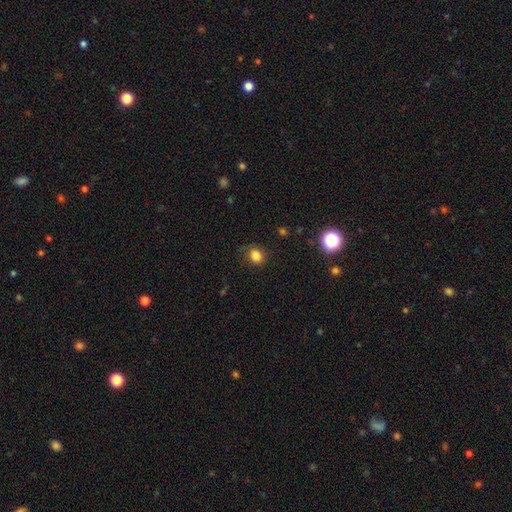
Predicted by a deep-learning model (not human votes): smooth_or_featured: smooth (p=0.82) [alt: star or artifact p=0.13]
how_rounded: round (p=0.64) [alt: in between p=0.35]
merging: none (p=0.79) [alt: minor disturbance p=0.15]